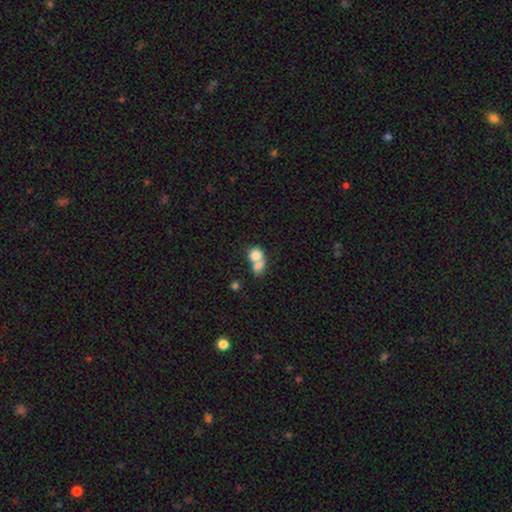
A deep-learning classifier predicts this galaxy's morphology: A smooth galaxy with no disk features (77%) that is round (58%).

Vote fractions:
- Smooth or featured? smooth: 77% / featured or disk: 14% / star or artifact: 9%
- How rounded? round: 58% / in between: 41% / cigar-shaped: 1%
- Merging? merger: 70% / none: 20% / minor disturbance: 6% / major disturbance: 4%